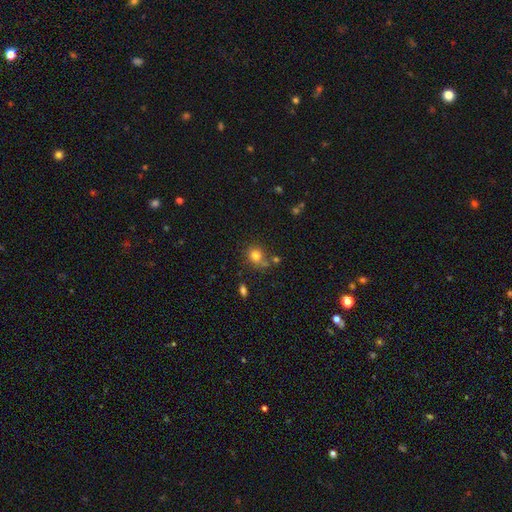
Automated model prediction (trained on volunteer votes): Overall: smooth (79%). How rounded: round (78%). Merging: none (59%).